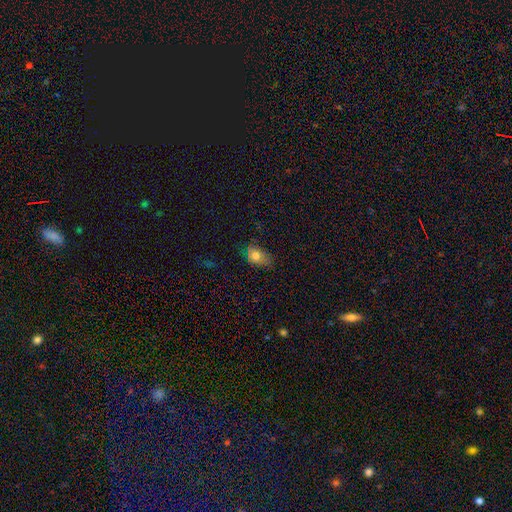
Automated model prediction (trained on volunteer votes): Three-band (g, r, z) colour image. It shows a smooth galaxy with no disk features (77%) that is in between round and cigar-shaped (73%). Merging: none (55%).